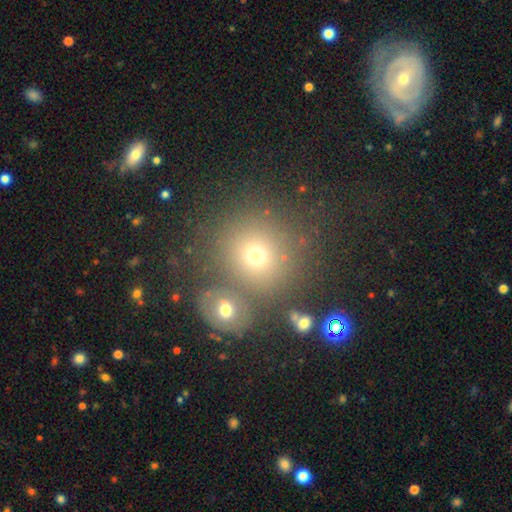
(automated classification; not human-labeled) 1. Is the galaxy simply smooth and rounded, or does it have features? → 68% smooth, 20% star or artifact, 12% featured or disk.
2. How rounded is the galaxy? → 87% round, 12% in between, 1% cigar-shaped.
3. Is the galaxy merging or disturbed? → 65% none, 21% merger, 10% minor disturbance, 5% major disturbance.